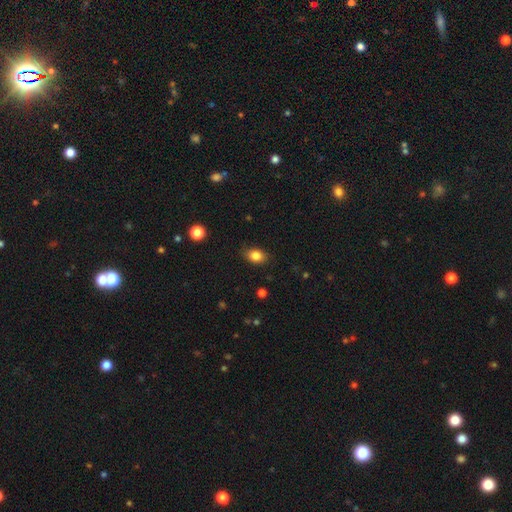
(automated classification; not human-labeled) Smooth or featured? smooth (84%)
How rounded? in between (69%)
Merging? none (83%)